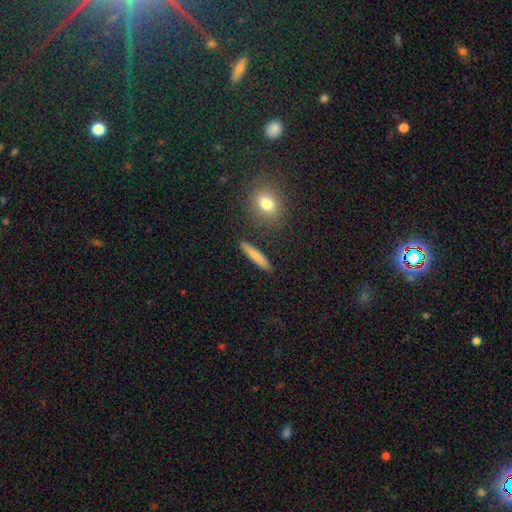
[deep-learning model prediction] A smooth galaxy with no disk features (78%) that is cigar-shaped (88%). Merging: none (89%).